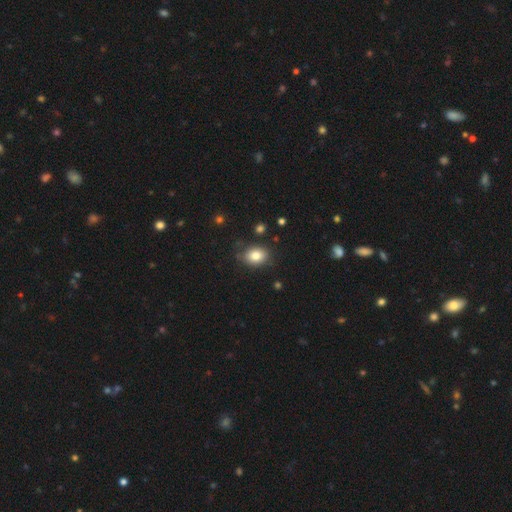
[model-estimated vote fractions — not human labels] This appears to be a smooth galaxy with no disk features (82%) that is in between round and cigar-shaped (64%). Merging: none (77%).